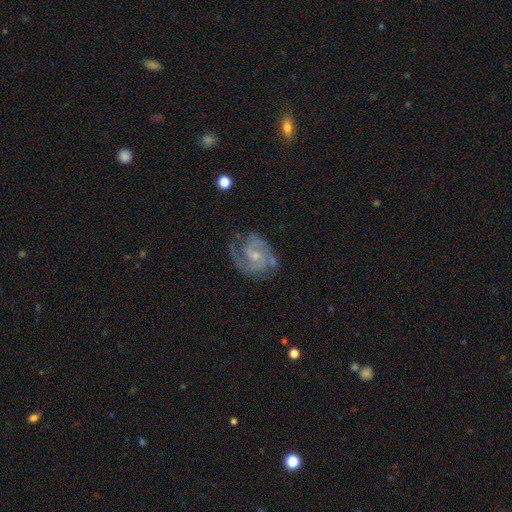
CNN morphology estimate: Smooth or featured? Predicted: featured or disk (p=0.87). Edge-on disk? Predicted: no (p=0.98). Bar? Predicted: weak (p=0.50). Spiral arms? Predicted: yes (p=0.97). Spiral winding? Predicted: medium (p=0.50). Spiral arm count? Predicted: 2 (p=0.74). Bulge size? Predicted: small (p=0.58). Merging? Predicted: none (p=0.64).